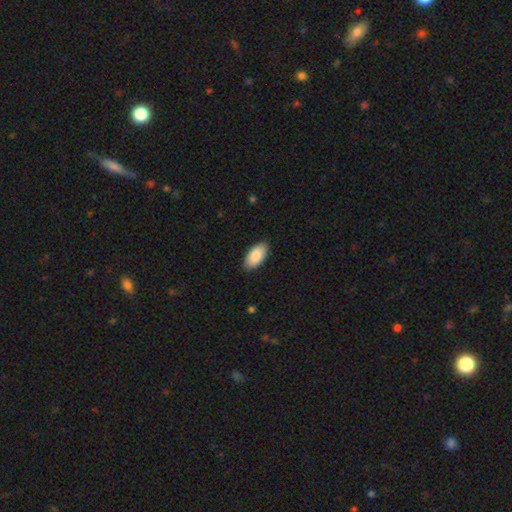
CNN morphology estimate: This is clearly a smooth galaxy (86%). How rounded: clearly in between (95%). Merging: clearly none (88%).